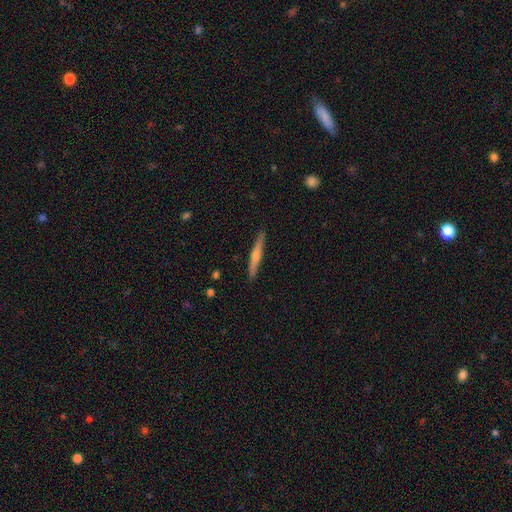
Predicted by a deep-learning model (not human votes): Smooth or featured: smooth — 47% (tied with featured or disk — 47%)
Merging: none — 90% (minor disturbance — 8%)